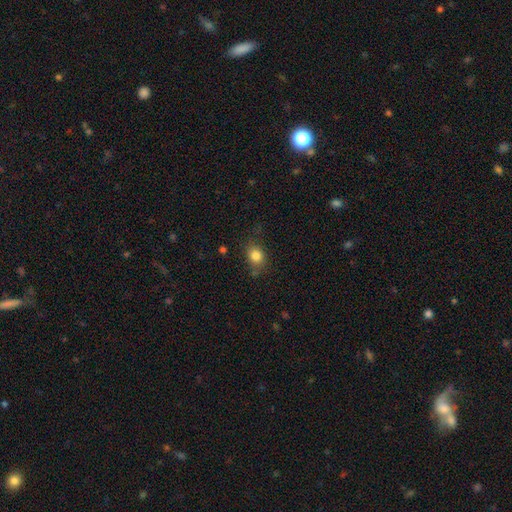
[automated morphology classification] A smooth galaxy with no disk features (82%) that is round (57%).

Vote fractions:
- Smooth or featured? smooth: 82% / star or artifact: 11% / featured or disk: 7%
- How rounded? round: 57% / in between: 42% / cigar-shaped: 1%
- Merging? none: 74% / minor disturbance: 18% / major disturbance: 5% / merger: 3%